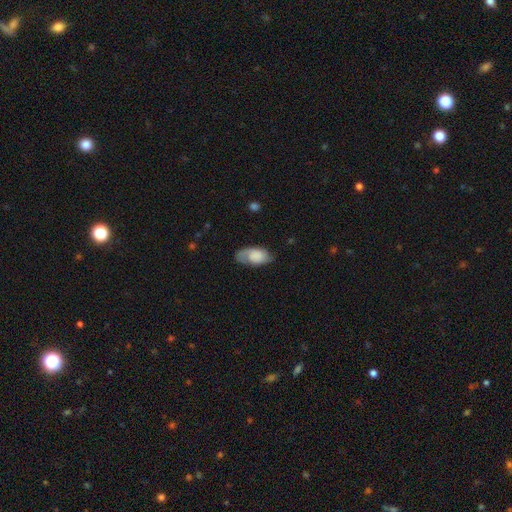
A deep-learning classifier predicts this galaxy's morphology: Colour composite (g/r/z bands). It shows a smooth galaxy with no disk features (64%) that is in between round and cigar-shaped (93%). Merging: none (57%).